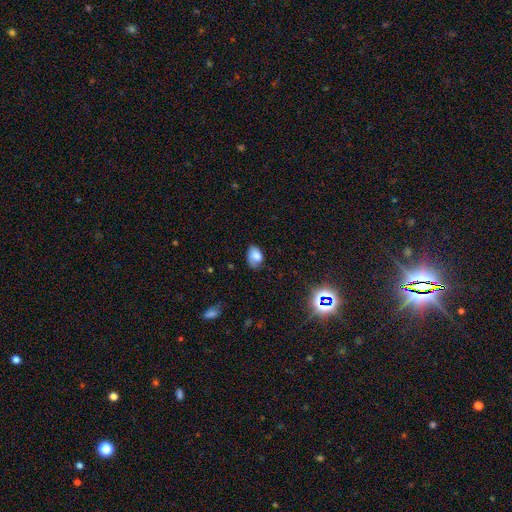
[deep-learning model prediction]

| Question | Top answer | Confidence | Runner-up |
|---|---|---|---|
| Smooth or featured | smooth | 78% | featured or disk (12%) |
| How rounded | in between | 86% | round (13%) |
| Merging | none | 55% | minor disturbance (34%) |